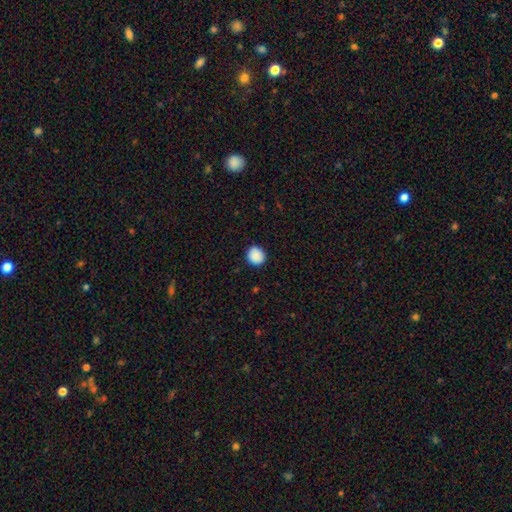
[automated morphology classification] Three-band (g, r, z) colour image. It shows a smooth galaxy with no disk features (89%) that is round (91%). Merging: none (91%).